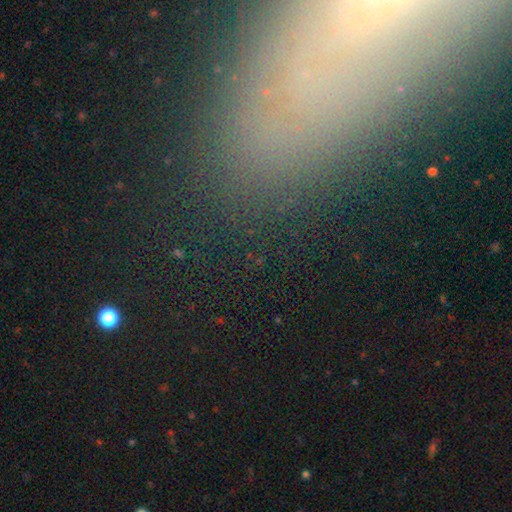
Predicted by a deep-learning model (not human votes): Smooth or featured? star or artifact (56%)